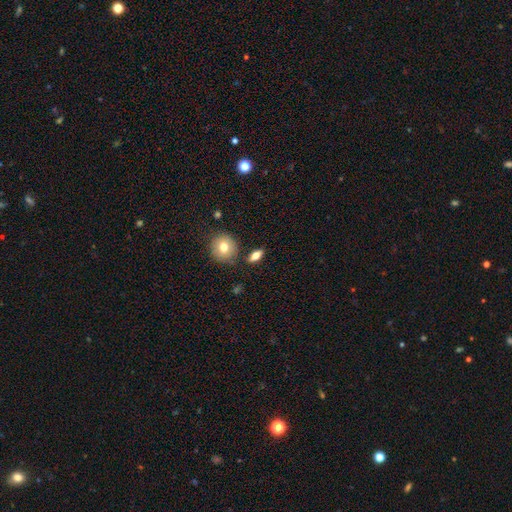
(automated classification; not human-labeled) Q: Smooth or featured?
A: smooth (73%); runner-up: featured or disk (18%)
Q: How rounded?
A: in between (71%); runner-up: round (17%)
Q: Merging?
A: none (81%); runner-up: minor disturbance (10%)